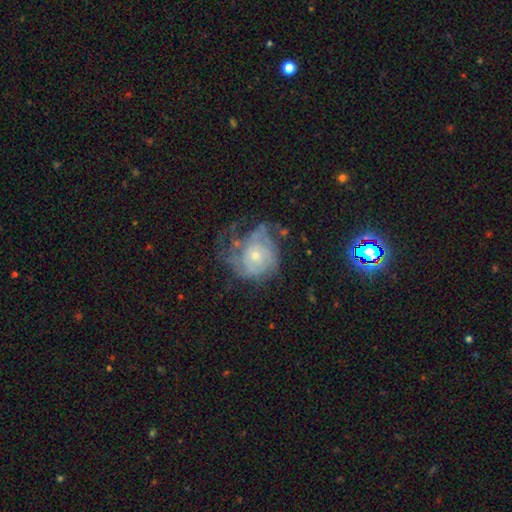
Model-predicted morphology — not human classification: smooth-or-featured: featured or disk: 73% | smooth: 19% | star or artifact: 8%
  disk-edge-on: no: 97% | yes: 3%
    bar: no: 83% | weak: 14% | strong: 3%
    has-spiral-arms: yes: 80% | no: 20%
      spiral-winding: tight: 62% | medium: 26% | loose: 12%
      spiral-arm-count: can't tell: 50% | 2: 16% | 3: 14% | 4: 9% | 1: 6% | more than 4: 5%
    bulge-size: small: 60% | moderate: 35% | large: 2% | none: 2% | dominant: 1%
  merging: none: 44% | major disturbance: 29% | minor disturbance: 25% | merger: 3%